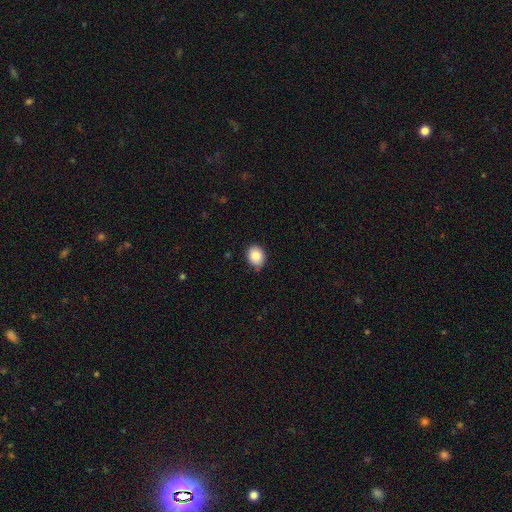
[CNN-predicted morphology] smooth-or-featured: smooth: 85% | star or artifact: 8% | featured or disk: 6%
  how-rounded: round: 52% | in between: 47% | cigar-shaped: 1%
  merging: none: 82% | minor disturbance: 15% | major disturbance: 2% | merger: 1%